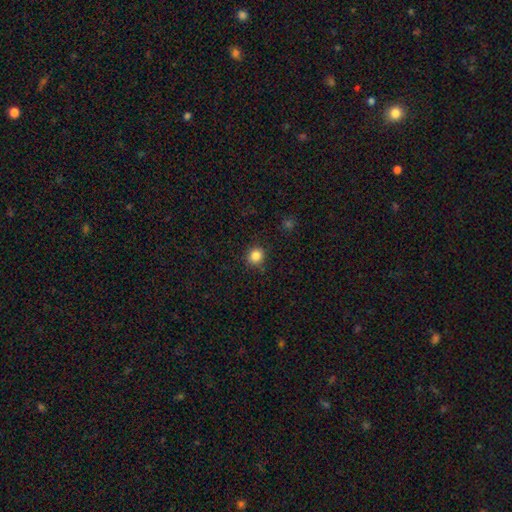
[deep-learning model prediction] Smooth or featured? Predicted: smooth (p=0.84). How rounded? Predicted: round (p=0.85). Merging? Predicted: none (p=0.87).